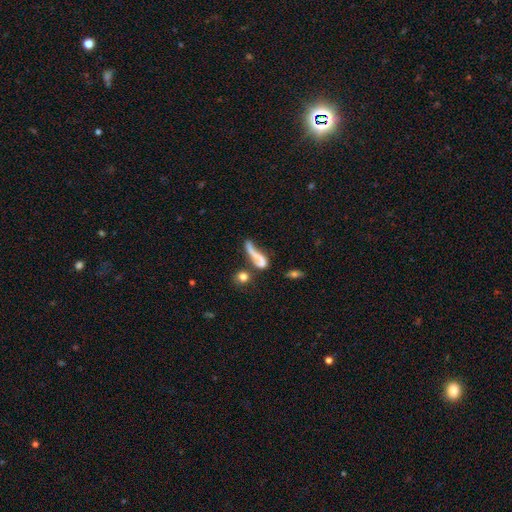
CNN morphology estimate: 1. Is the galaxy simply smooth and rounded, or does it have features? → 47% featured or disk, 42% smooth, 11% star or artifact.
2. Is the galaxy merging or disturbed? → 30% major disturbance, 29% none, 24% merger, 17% minor disturbance.